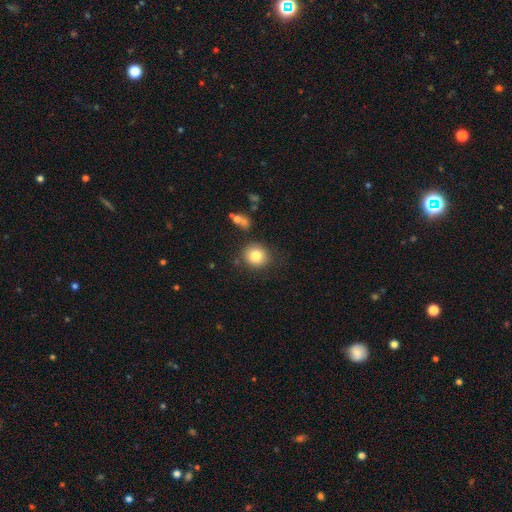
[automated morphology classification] Smooth or featured? Predicted: smooth (p=0.81). How rounded? Predicted: round (p=0.87). Merging? Predicted: none (p=0.81).